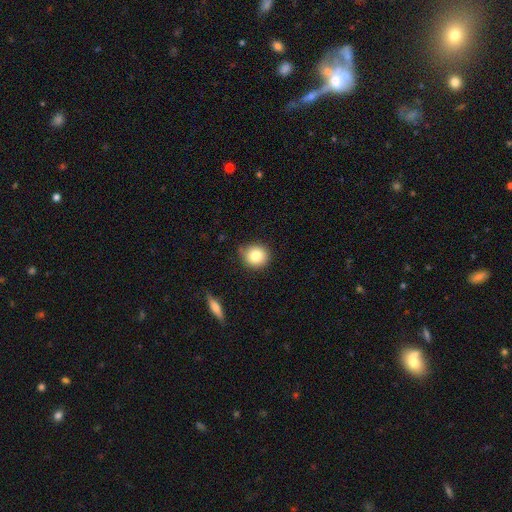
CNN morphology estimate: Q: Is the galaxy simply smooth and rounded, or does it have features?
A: smooth — 84%.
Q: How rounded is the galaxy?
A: round — 88%.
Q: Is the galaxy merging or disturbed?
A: none — 81%.